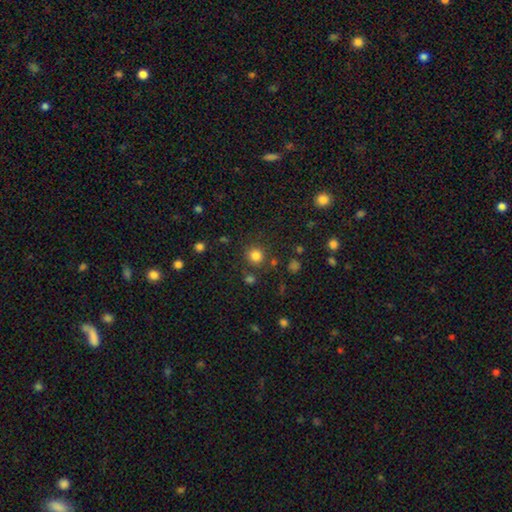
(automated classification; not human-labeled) Q: Smooth or featured?
A: smooth (81%); runner-up: star or artifact (14%)
Q: How rounded?
A: round (91%); runner-up: in between (8%)
Q: Merging?
A: none (82%); runner-up: minor disturbance (9%)